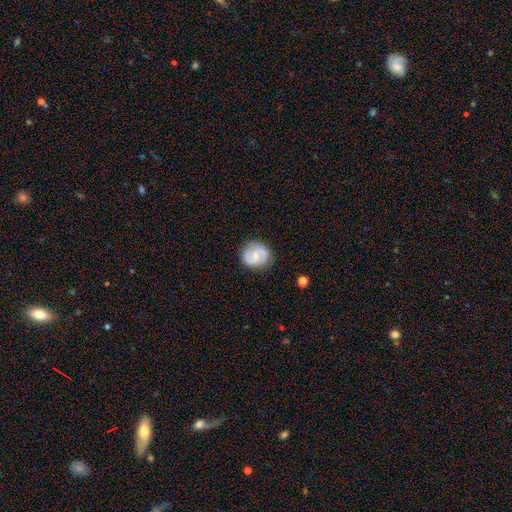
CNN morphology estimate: Smooth or featured?
  - featured or disk: 70% *
  - smooth: 25%
  - star or artifact: 6%
Edge-on disk?
  - no: 98% *
  - yes: 2%
Bar?
  - no: 48% *
  - weak: 44%
  - strong: 9%
Spiral arms?
  - yes: 90% *
  - no: 10%
Spiral winding?
  - medium: 48% *
  - tight: 35%
  - loose: 17%
Spiral arm count?
  - 2: 86% *
  - can't tell: 7%
  - 1: 2%
  - 3: 2%
  - 4: 1%
  - more than 4: 1%
Bulge size?
  - small: 56% *
  - moderate: 35%
  - none: 6%
  - large: 2%
  - dominant: 1%
Merging?
  - none: 82% *
  - minor disturbance: 13%
  - major disturbance: 4%
  - merger: 1%